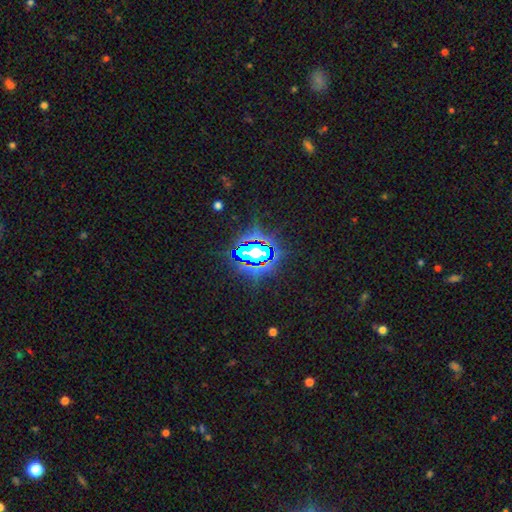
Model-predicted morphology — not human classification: The model was most divided on "smooth or featured": star or artifact: 81%, smooth: 12%, featured or disk: 8%.